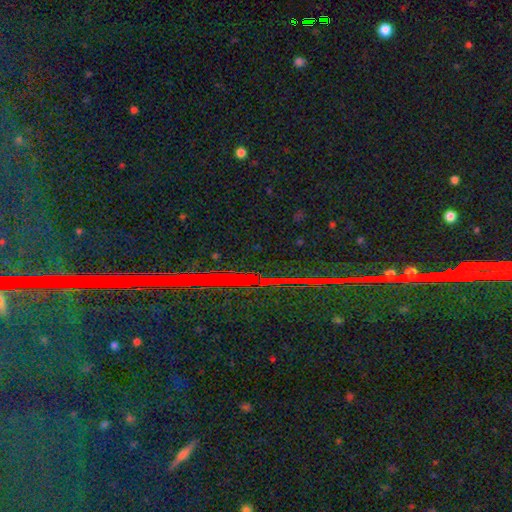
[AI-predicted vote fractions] smooth_or_featured: star or artifact (p=0.85) [alt: featured or disk p=0.08]